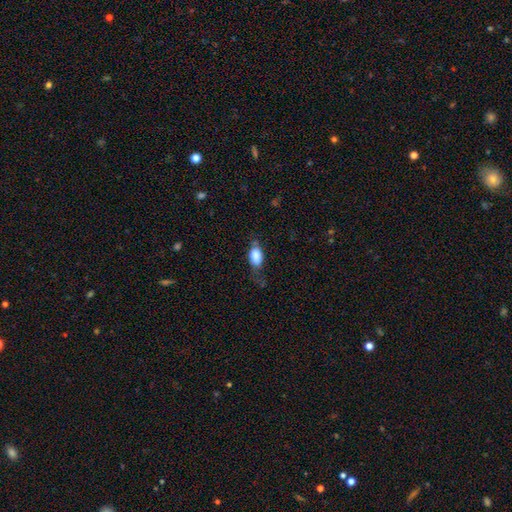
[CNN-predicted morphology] A smooth galaxy with no disk features (82%) that is in between round and cigar-shaped (88%).

Vote fractions:
- Smooth or featured? smooth: 82% / featured or disk: 11% / star or artifact: 7%
- How rounded? in between: 88% / round: 7% / cigar-shaped: 5%
- Merging? none: 52% / minor disturbance: 30% / major disturbance: 15% / merger: 3%